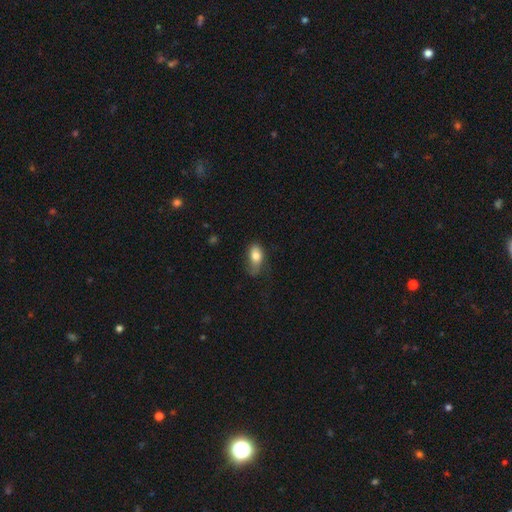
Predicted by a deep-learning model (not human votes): Overall: smooth (79%). How rounded: in between (88%). Merging: none (45%; minor disturbance 37%).